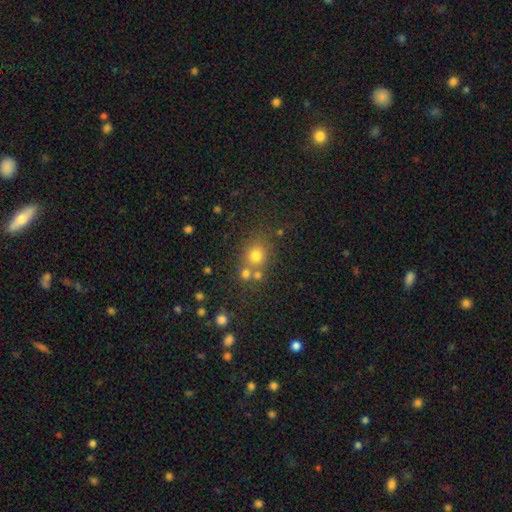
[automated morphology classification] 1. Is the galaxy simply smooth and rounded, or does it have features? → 72% smooth, 18% star or artifact, 10% featured or disk.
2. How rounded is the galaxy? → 82% round, 17% in between, 1% cigar-shaped.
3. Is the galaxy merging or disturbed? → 62% none, 24% merger, 10% minor disturbance, 4% major disturbance.